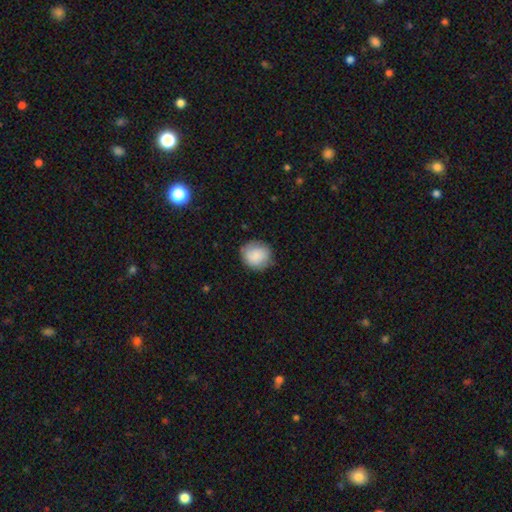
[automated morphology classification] Smooth or featured? smooth (87%)
How rounded? round (86%)
Merging? none (81%)